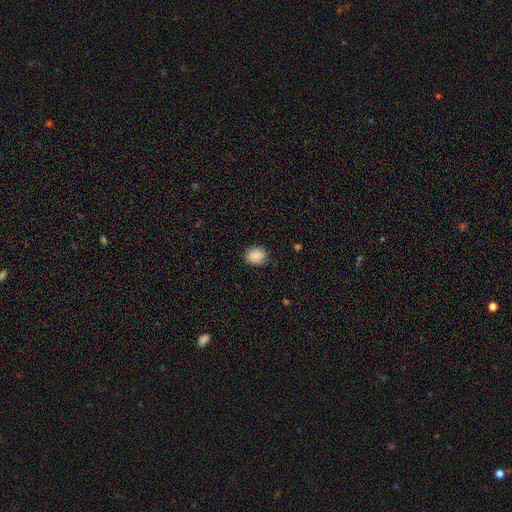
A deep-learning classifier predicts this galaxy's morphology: Smooth or featured? smooth (86%)
How rounded? round (61%)
Merging? none (81%)